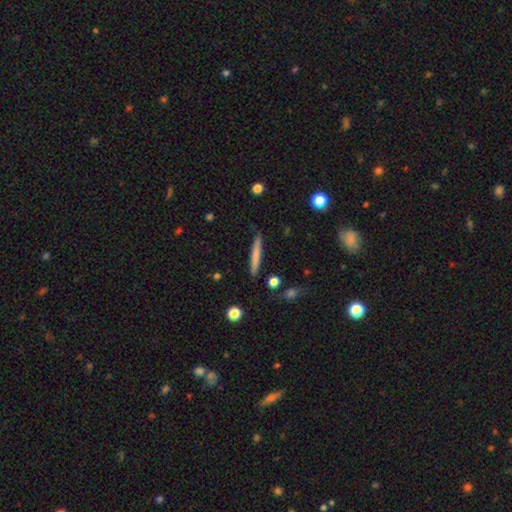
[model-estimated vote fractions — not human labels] smooth-or-featured: smooth: 68% | featured or disk: 26% | star or artifact: 6%
  how-rounded: cigar-shaped: 96% | in between: 3% | round: 1%
  merging: none: 88% | minor disturbance: 9% | major disturbance: 2% | merger: 2%